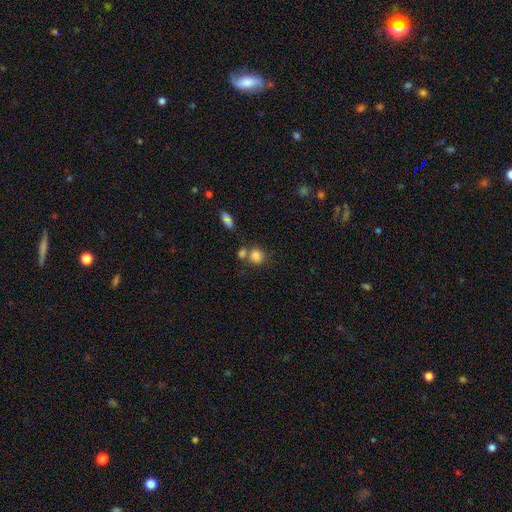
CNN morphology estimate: This is clearly a smooth galaxy (81%). How rounded: clearly round (84%). Merging: possibly none (55%).